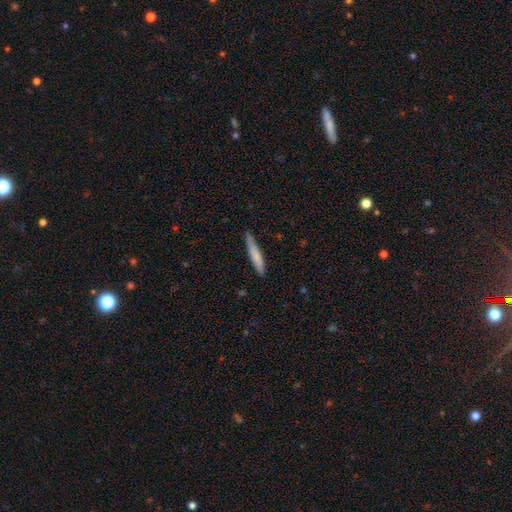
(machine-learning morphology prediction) Smooth or featured? smooth (74%)
How rounded? cigar-shaped (92%)
Merging? none (79%)